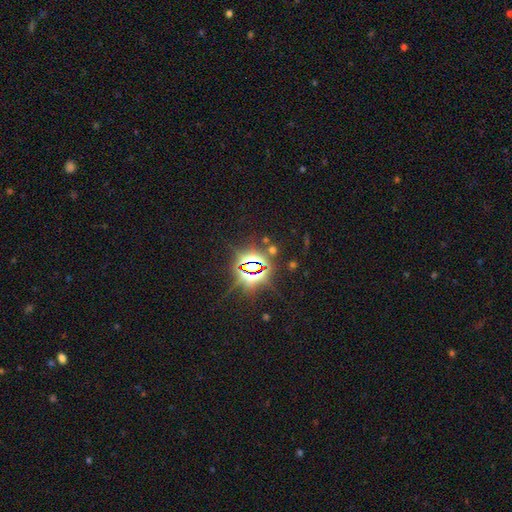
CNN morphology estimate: Q: Smooth or featured?
A: star or artifact (84%); runner-up: smooth (9%)